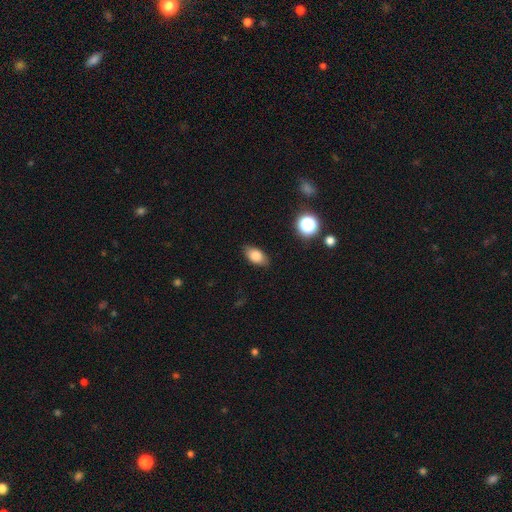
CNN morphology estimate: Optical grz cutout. It shows a smooth galaxy with no disk features (83%) that is in between round and cigar-shaped (89%). Merging: none (84%).